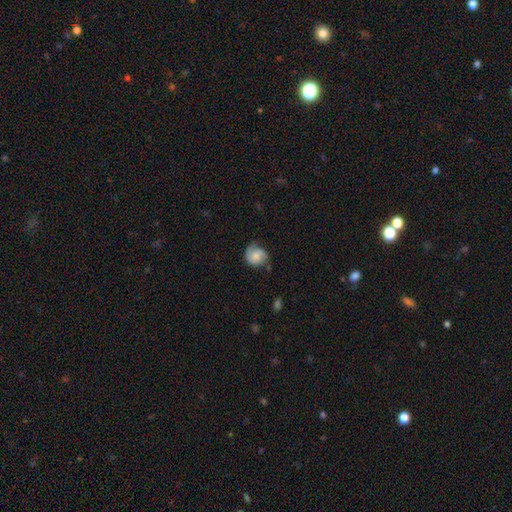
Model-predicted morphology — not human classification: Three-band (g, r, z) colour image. It shows a featured or disk galaxy (51%). Merging: none (58%).